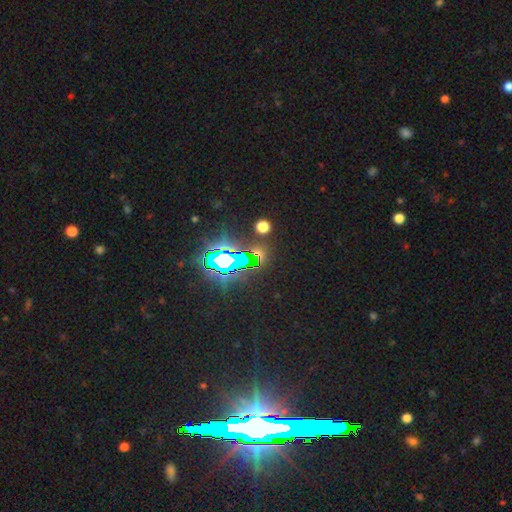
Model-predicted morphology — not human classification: type=star or artifact (73%).